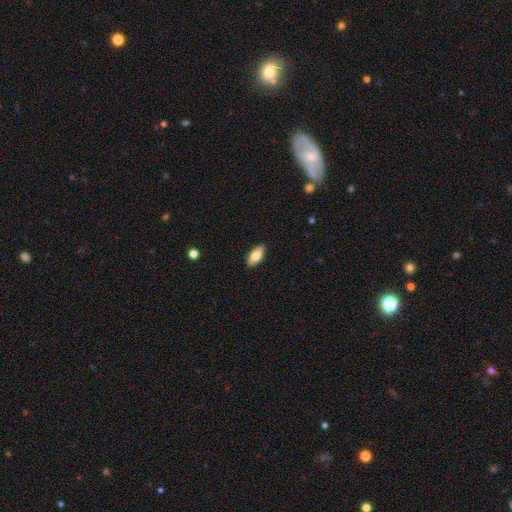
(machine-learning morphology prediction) smooth-or-featured: smooth: 76% | featured or disk: 18% | star or artifact: 6%
  how-rounded: in between: 87% | cigar-shaped: 11% | round: 2%
  merging: none: 90% | minor disturbance: 8% | major disturbance: 2% | merger: 1%